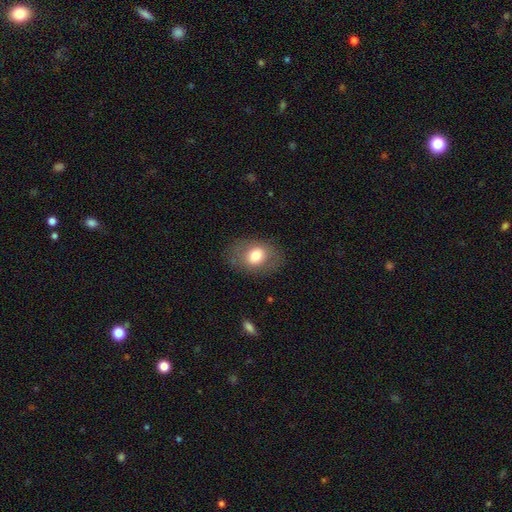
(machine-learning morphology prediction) This appears to be a smooth galaxy with no disk features (72%) that is in between round and cigar-shaped (70%). Merging: none (79%).